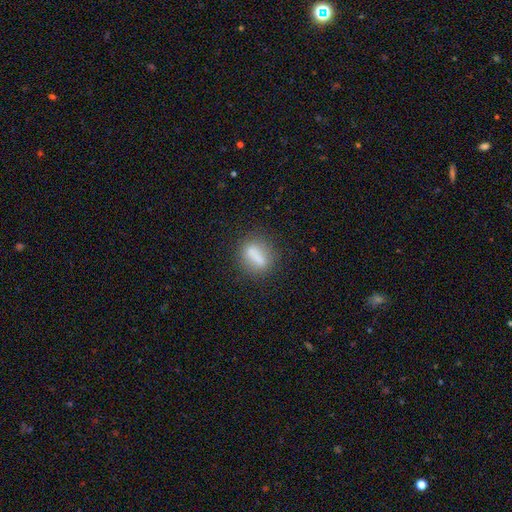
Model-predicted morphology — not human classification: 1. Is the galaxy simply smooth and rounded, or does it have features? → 65% smooth, 24% featured or disk, 11% star or artifact.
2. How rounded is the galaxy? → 41% in between, 36% cigar-shaped, 22% round.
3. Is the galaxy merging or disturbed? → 75% none, 13% minor disturbance, 7% major disturbance, 5% merger.